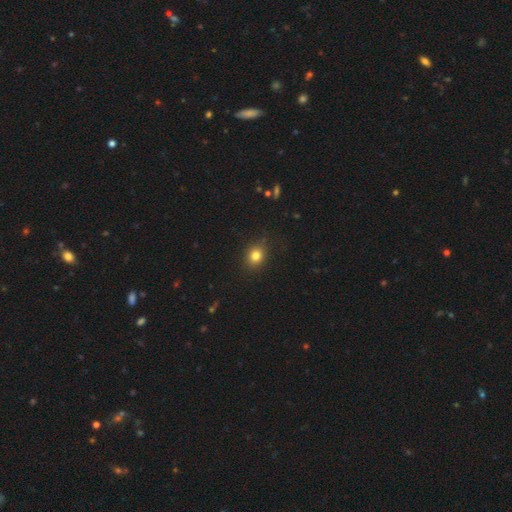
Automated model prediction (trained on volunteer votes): The model was most divided on "how rounded": round: 64%, in between: 35%, cigar-shaped: 1%. More confident: merging — none (86%); smooth or featured — smooth (81%).